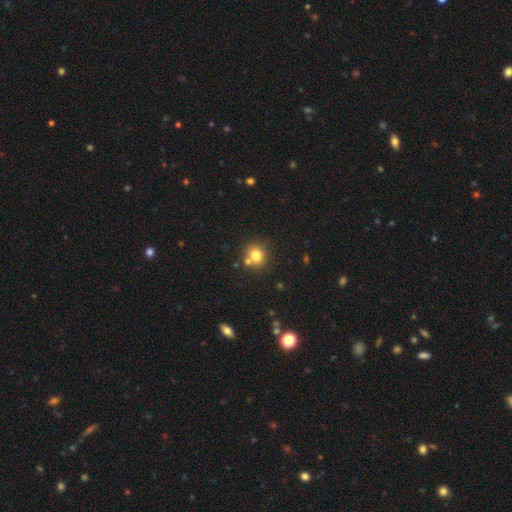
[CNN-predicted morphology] smooth 78%, star or artifact 13%, featured or disk 9%. Down the decision tree: how rounded — round (87%); merging — none (70%).